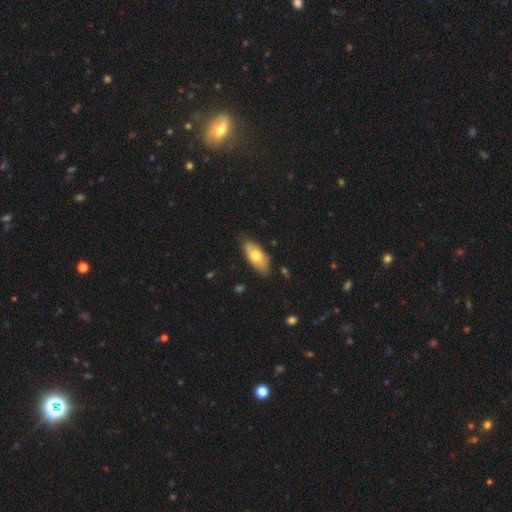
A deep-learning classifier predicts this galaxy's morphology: Smooth or featured? smooth (69%)
How rounded? in between (86%)
Merging? none (78%)